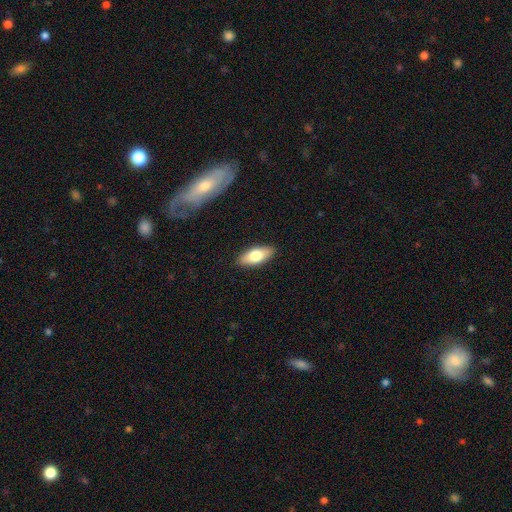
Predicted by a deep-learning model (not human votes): smooth_or_featured: smooth (p=0.73) [alt: featured or disk p=0.20]
how_rounded: in between (p=0.83) [alt: cigar-shaped p=0.14]
merging: none (p=0.89) [alt: minor disturbance p=0.08]